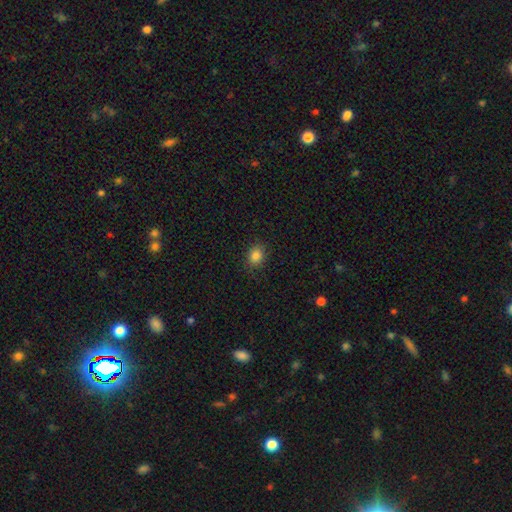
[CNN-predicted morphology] Smooth or featured? Predicted: smooth (p=0.84). How rounded? Predicted: round (p=0.50). Merging? Predicted: none (p=0.86).